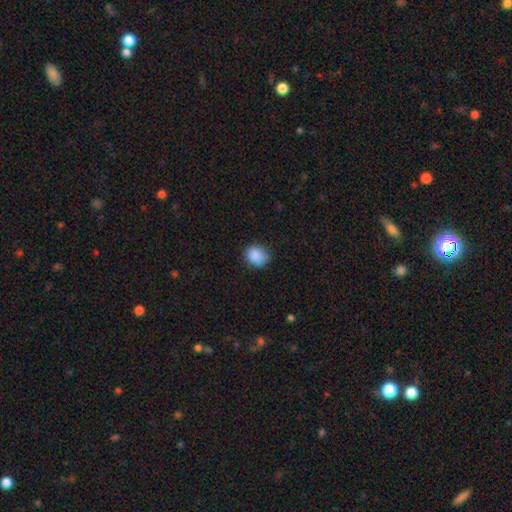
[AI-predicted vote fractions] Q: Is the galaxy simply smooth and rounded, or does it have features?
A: smooth — 87%.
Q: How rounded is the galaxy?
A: round — 66%.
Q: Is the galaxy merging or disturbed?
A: none — 73%.